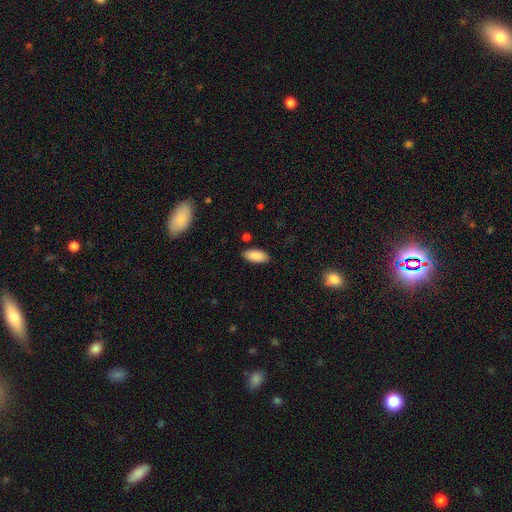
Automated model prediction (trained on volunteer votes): Overall: smooth (89%). How rounded: in between (89%). Merging: none (86%).